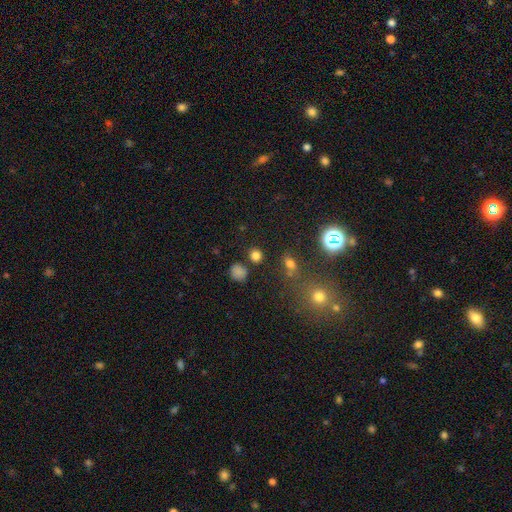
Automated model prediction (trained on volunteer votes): smooth 76%, star or artifact 18%, featured or disk 5%. Down the decision tree: how rounded — round (80%); merging — none (78%).